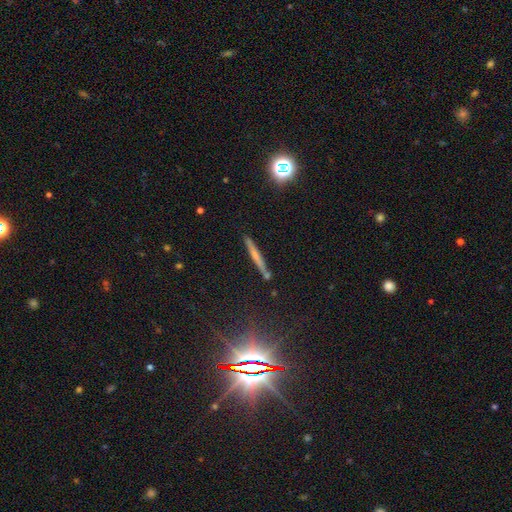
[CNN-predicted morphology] A smooth galaxy with no disk features (48%).

Vote fractions:
- Smooth or featured? smooth: 48% / featured or disk: 41% / star or artifact: 11%
- Merging? none: 84% / minor disturbance: 9% / merger: 4% / major disturbance: 2%